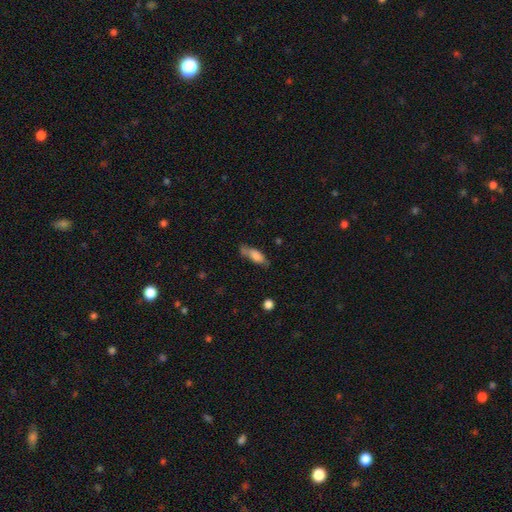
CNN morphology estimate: smooth 72%, featured or disk 20%, star or artifact 8%. Down the decision tree: how rounded — in between (65%); merging — none (51%).